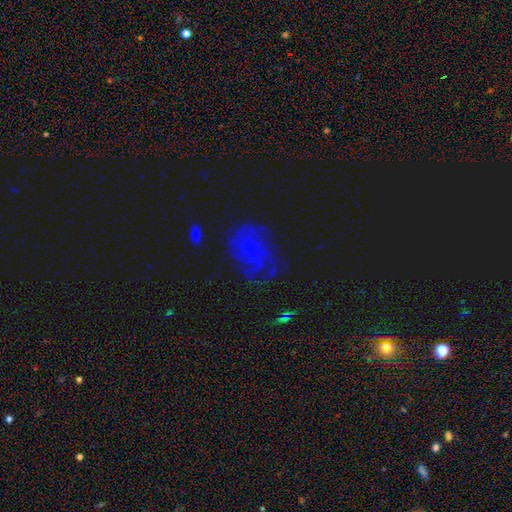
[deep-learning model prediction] A featured or disk galaxy (52%) with no bar (74%), spiral arms (75%) and a small central bulge (51%). Merging: none (55%).